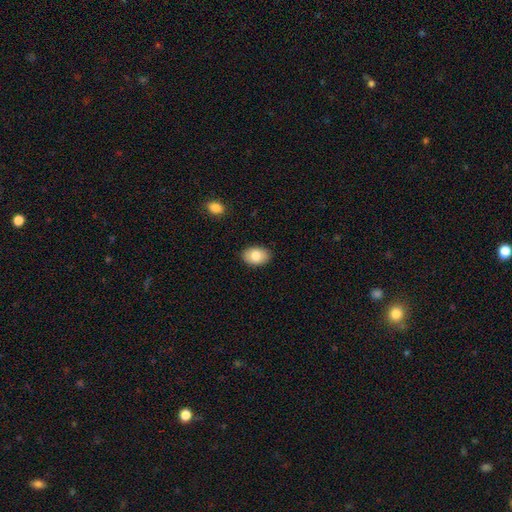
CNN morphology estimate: type=smooth (83%); roundness=in between (87%); merging=none (88%).